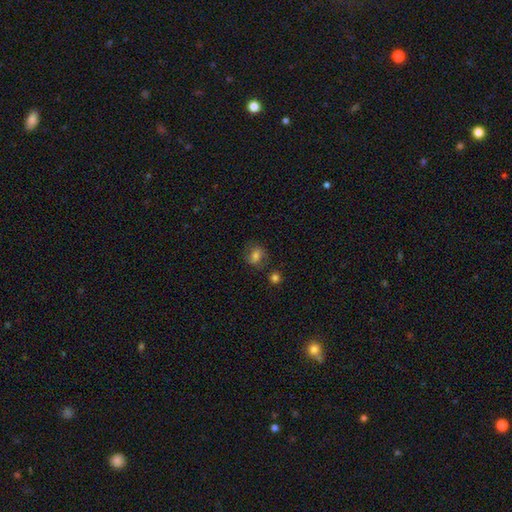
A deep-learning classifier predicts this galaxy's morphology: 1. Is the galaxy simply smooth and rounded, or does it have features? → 71% smooth, 18% featured or disk, 11% star or artifact.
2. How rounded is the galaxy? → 53% round, 46% in between, 1% cigar-shaped.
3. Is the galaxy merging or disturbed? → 70% none, 18% minor disturbance, 7% major disturbance, 5% merger.